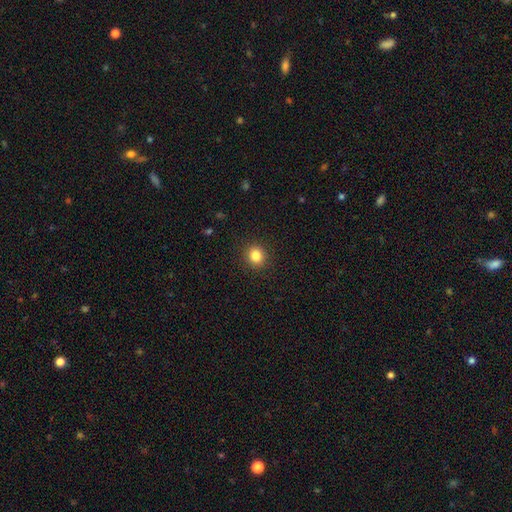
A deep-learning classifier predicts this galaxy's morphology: smooth-or-featured: smooth: 83% | star or artifact: 11% | featured or disk: 5%
  how-rounded: round: 87% | in between: 12% | cigar-shaped: 1%
  merging: none: 92% | minor disturbance: 5% | major disturbance: 2% | merger: 1%